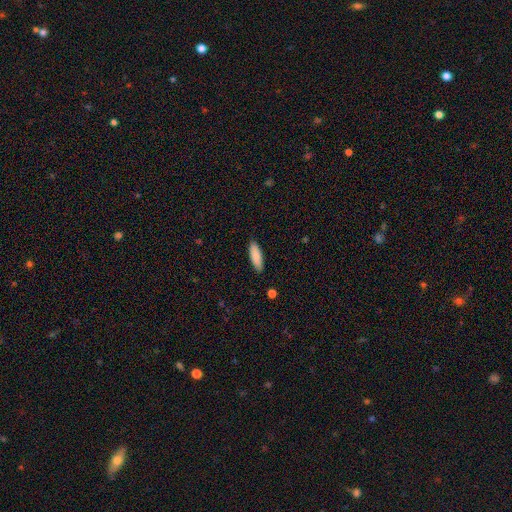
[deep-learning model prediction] smooth_or_featured: smooth (p=0.86) [alt: featured or disk p=0.08]
how_rounded: in between (p=0.55) [alt: cigar-shaped p=0.43]
merging: none (p=0.88) [alt: minor disturbance p=0.09]